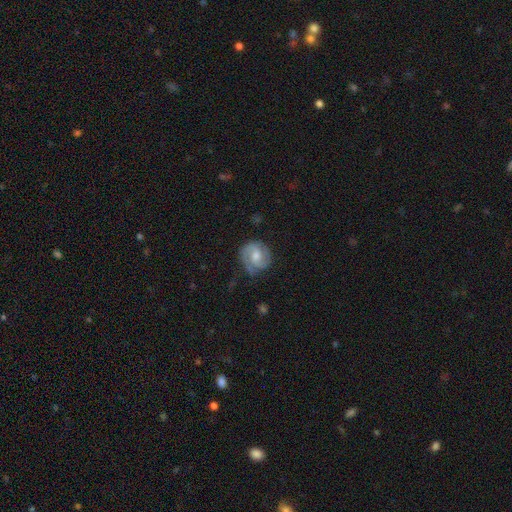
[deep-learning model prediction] smooth_or_featured: featured or disk (p=0.76) [alt: smooth p=0.18]
disk_edge_on: no (p=0.98) [alt: yes p=0.02]
bar: weak (p=0.45) [tied with: no p=0.45]
has_spiral_arms: yes (p=0.95) [alt: no p=0.05]
spiral_winding: tight (p=0.50) [alt: medium p=0.40]
spiral_arm_count: 2 (p=0.75) [alt: can't tell p=0.10]
bulge_size: moderate (p=0.61) [alt: small p=0.27]
merging: none (p=0.73) [alt: minor disturbance p=0.19]